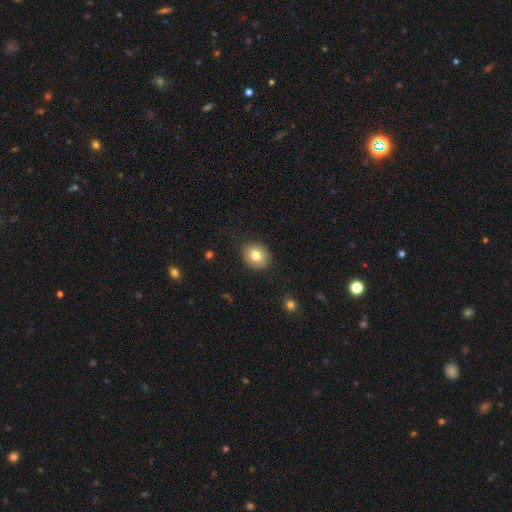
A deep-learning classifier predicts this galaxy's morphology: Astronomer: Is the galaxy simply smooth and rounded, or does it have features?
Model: smooth — 80%.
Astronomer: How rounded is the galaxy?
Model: round — 66%.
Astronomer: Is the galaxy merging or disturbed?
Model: none — 88%.